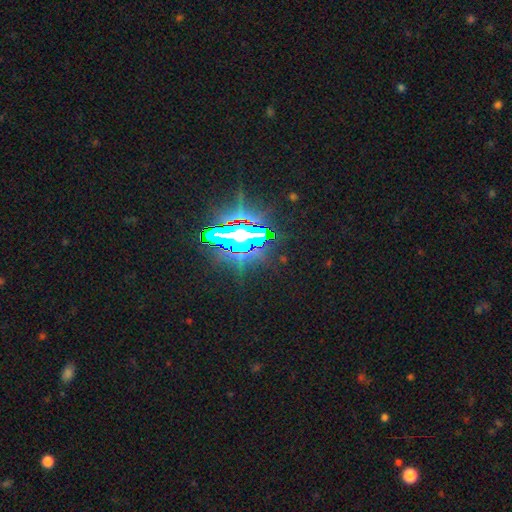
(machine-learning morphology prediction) Q: Smooth or featured?
A: star or artifact (81%); runner-up: featured or disk (11%)